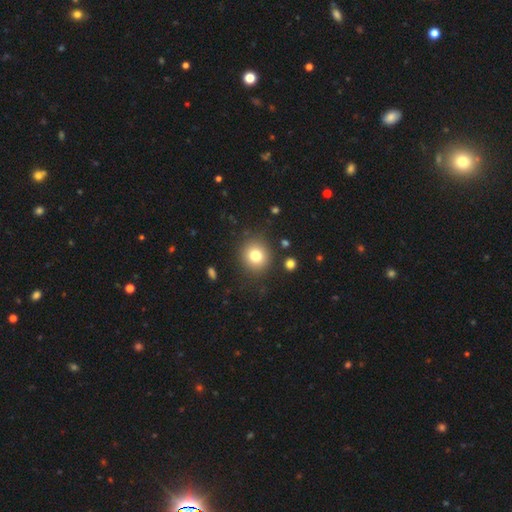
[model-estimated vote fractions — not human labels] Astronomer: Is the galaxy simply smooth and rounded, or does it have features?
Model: smooth — 78%.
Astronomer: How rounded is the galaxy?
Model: round — 87%.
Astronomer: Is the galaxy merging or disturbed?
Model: none — 88%.